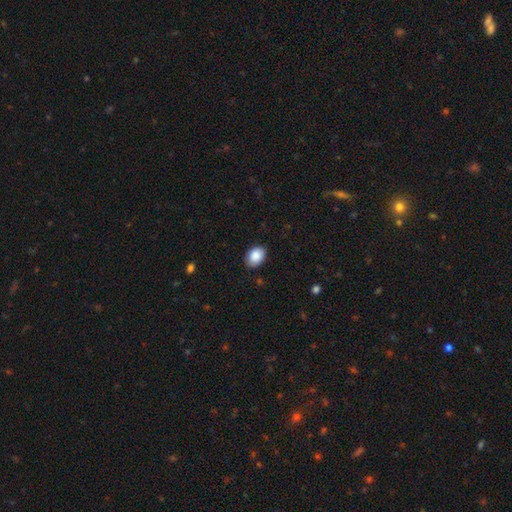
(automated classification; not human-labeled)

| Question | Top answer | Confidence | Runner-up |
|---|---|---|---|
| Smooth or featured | smooth | 89% | star or artifact (7%) |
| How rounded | in between | 72% | round (27%) |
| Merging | none | 85% | minor disturbance (12%) |